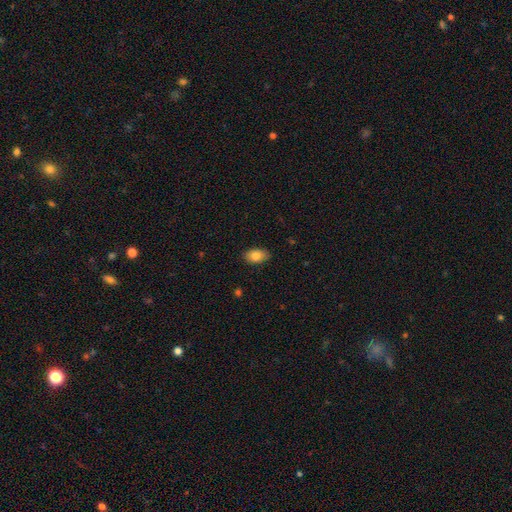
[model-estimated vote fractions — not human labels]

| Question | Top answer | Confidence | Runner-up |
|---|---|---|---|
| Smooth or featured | smooth | 83% | featured or disk (10%) |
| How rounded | in between | 90% | round (8%) |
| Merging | none | 86% | minor disturbance (11%) |